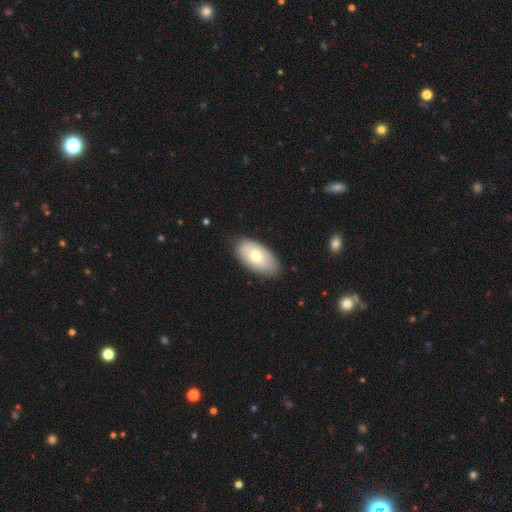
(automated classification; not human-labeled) A smooth galaxy with no disk features (68%) that is in between round and cigar-shaped (94%). Merging: none (84%).